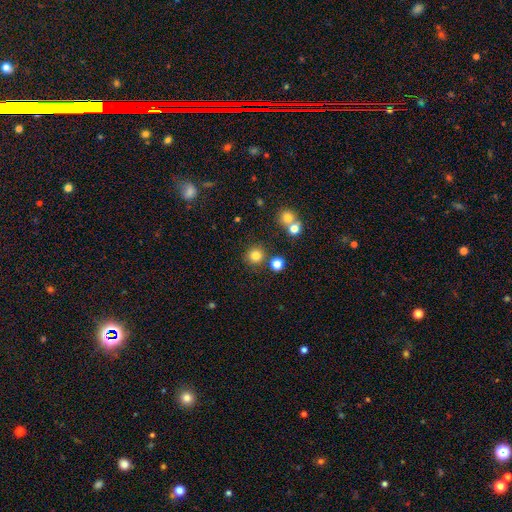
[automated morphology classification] A smooth galaxy with no disk features (80%) that is round (93%).

Vote fractions:
- Smooth or featured? smooth: 80% / star or artifact: 15% / featured or disk: 6%
- How rounded? round: 93% / in between: 6% / cigar-shaped: 1%
- Merging? none: 82% / minor disturbance: 7% / merger: 7% / major disturbance: 3%